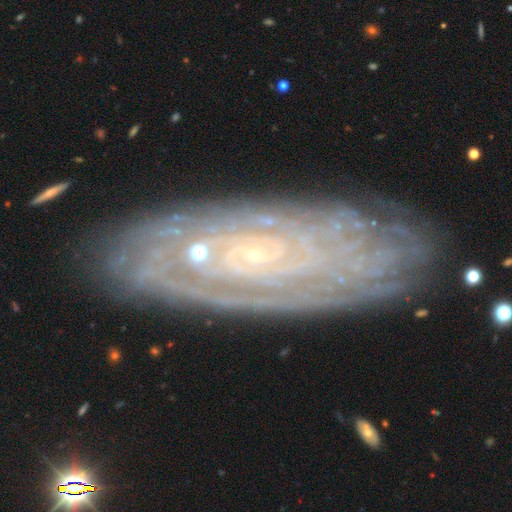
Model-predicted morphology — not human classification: A featured or disk galaxy (83%) with no bar (70%), tight (83%) spiral arms (94%) and a small central bulge (83%).

Vote fractions:
- Smooth or featured? featured or disk: 83% / smooth: 9% / star or artifact: 8%
- Edge-on disk? no: 87% / yes: 13%
- Bar? no: 70% / weak: 21% / strong: 8%
- Spiral arms? yes: 94% / no: 6%
- Spiral winding? tight: 83% / medium: 14% / loose: 3%
- Spiral arm count? can't tell: 46% / 2: 14% / more than 4: 11% / 3: 11% / 4: 11% / 1: 7%
- Bulge size? small: 83% / moderate: 9% / none: 6% / large: 1% / dominant: 1%
- Merging? none: 80% / minor disturbance: 14% / major disturbance: 4% / merger: 2%